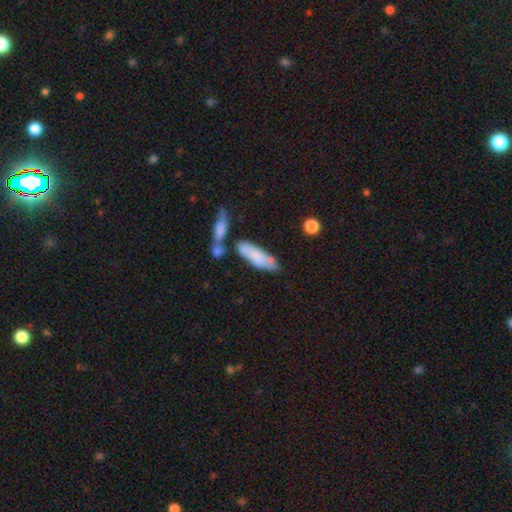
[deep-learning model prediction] A smooth galaxy with no disk features (70%) that is in between round and cigar-shaped (50%).

Vote fractions:
- Smooth or featured? smooth: 70% / featured or disk: 23% / star or artifact: 7%
- How rounded? in between: 50% / cigar-shaped: 48% / round: 2%
- Merging? none: 44% / merger: 31% / minor disturbance: 18% / major disturbance: 7%